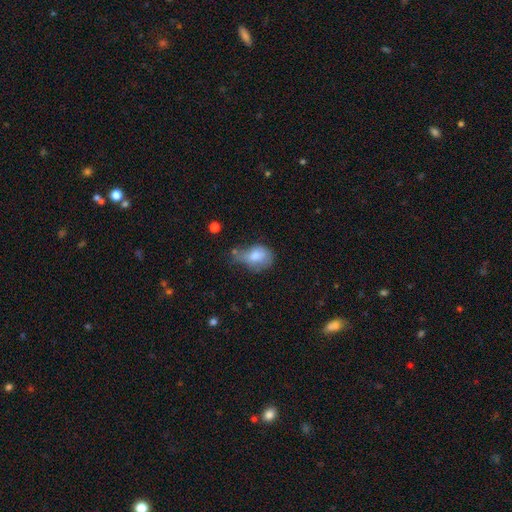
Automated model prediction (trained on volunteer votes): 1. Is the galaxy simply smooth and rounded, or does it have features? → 70% smooth, 21% featured or disk, 9% star or artifact.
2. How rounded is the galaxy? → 72% in between, 27% round, 2% cigar-shaped.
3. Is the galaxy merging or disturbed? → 38% minor disturbance, 28% none, 25% major disturbance, 9% merger.